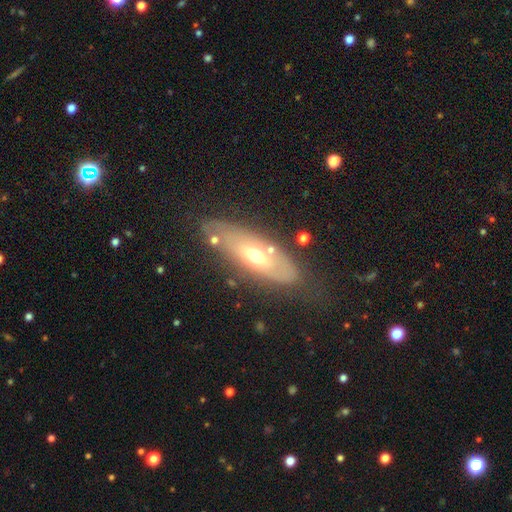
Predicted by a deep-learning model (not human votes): A featured or disk galaxy (56%).

Vote fractions:
- Smooth or featured? featured or disk: 56% / smooth: 37% / star or artifact: 7%
- Edge-on disk? no: 70% / yes: 30%
- Merging? none: 73% / minor disturbance: 17% / major disturbance: 6% / merger: 4%